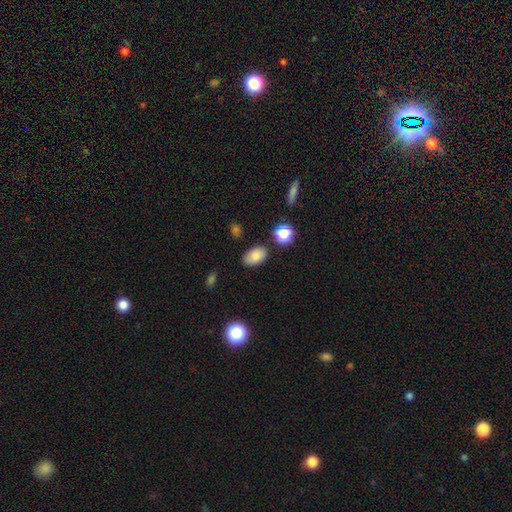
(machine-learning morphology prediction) Smooth or featured: smooth — 82% (star or artifact — 10%)
How rounded: in between — 89% (round — 9%)
Merging: none — 82% (minor disturbance — 11%)